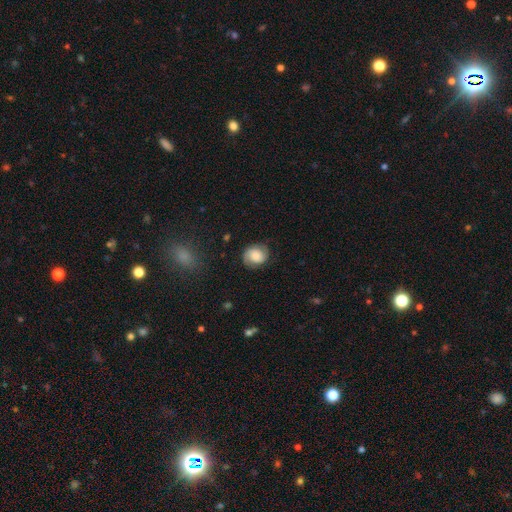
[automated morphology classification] smooth 51%, featured or disk 40%, star or artifact 9%. Down the decision tree: how rounded — round (69%); merging — none (74%).